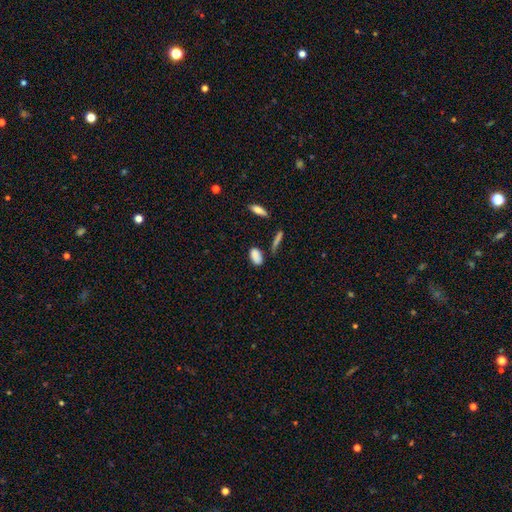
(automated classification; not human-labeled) smooth-or-featured: smooth: 86% | star or artifact: 8% | featured or disk: 6%
  how-rounded: in between: 90% | cigar-shaped: 5% | round: 5%
  merging: none: 71% | minor disturbance: 18% | merger: 6% | major disturbance: 5%